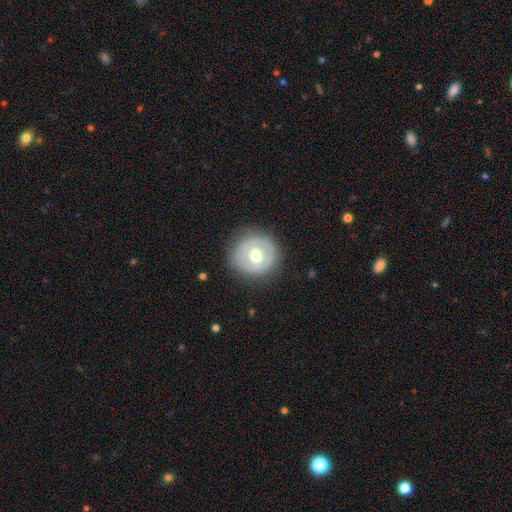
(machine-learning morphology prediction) The model was most divided on "smooth or featured": smooth: 50%, featured or disk: 43%, star or artifact: 7%. More confident: merging — none (82%).